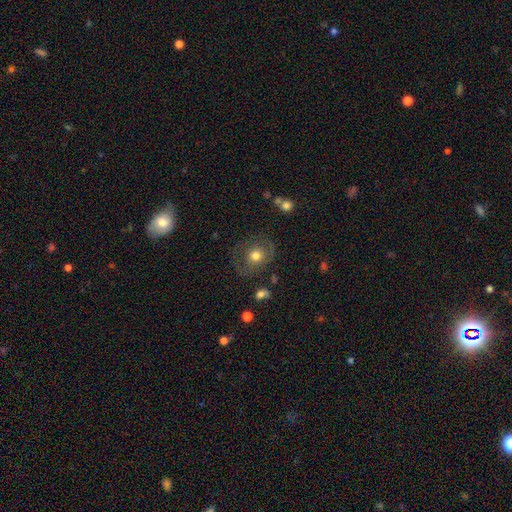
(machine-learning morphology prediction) smooth_or_featured: smooth (p=0.56) [alt: featured or disk p=0.34]
how_rounded: round (p=0.69) [alt: in between p=0.30]
merging: none (p=0.65) [alt: minor disturbance p=0.18]